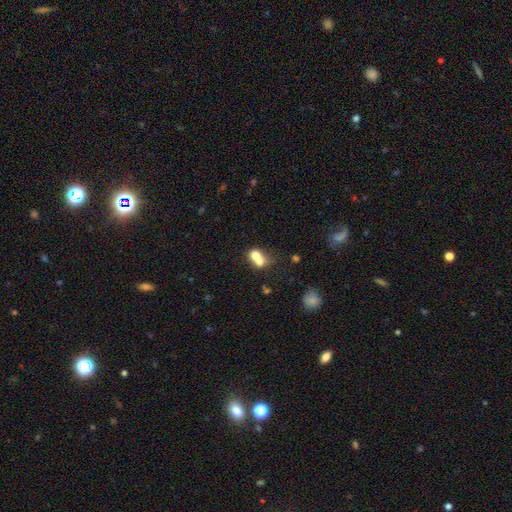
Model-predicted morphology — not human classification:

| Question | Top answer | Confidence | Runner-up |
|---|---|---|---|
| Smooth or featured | smooth | 66% | featured or disk (23%) |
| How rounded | round | 57% | in between (41%) |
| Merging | merger | 70% | none (20%) |